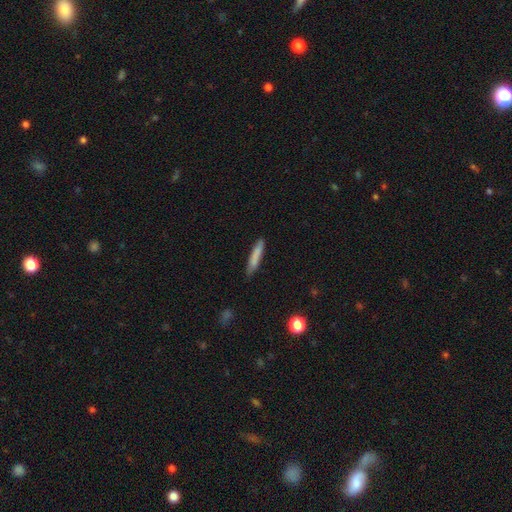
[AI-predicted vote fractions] smooth 80%, featured or disk 14%, star or artifact 6%. Down the decision tree: how rounded — cigar-shaped (91%); merging — none (81%).